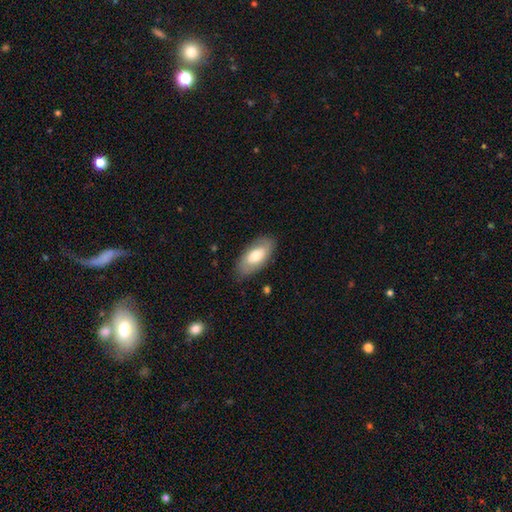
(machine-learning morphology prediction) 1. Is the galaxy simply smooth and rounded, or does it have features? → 62% smooth, 32% featured or disk, 6% star or artifact.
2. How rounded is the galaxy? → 92% in between, 5% cigar-shaped, 3% round.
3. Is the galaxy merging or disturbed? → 81% none, 14% minor disturbance, 3% major disturbance, 1% merger.